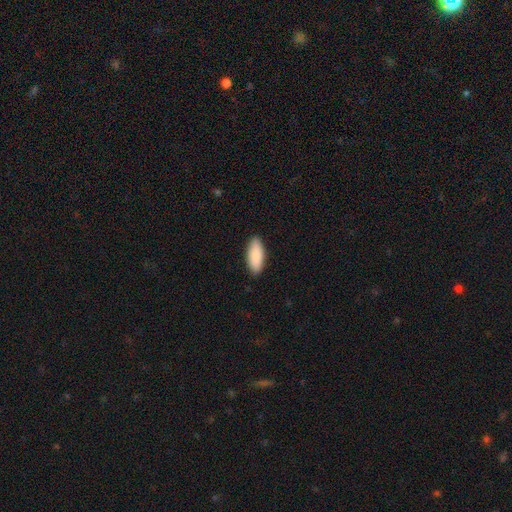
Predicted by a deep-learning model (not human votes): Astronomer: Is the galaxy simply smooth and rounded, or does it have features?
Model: smooth — 89%.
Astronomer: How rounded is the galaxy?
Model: in between — 82%.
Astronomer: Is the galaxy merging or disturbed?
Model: none — 89%.